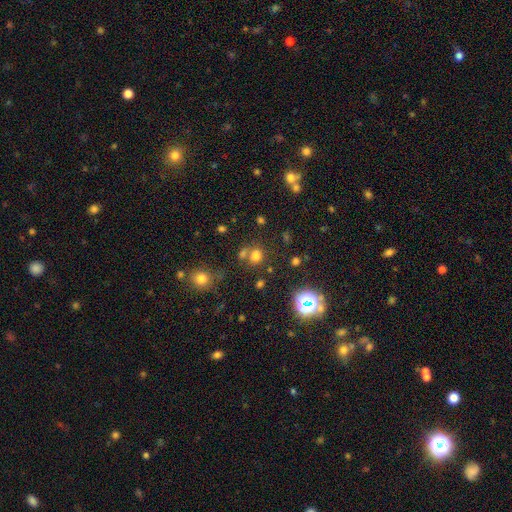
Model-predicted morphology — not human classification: A smooth galaxy with no disk features (67%) that is round (70%).

Vote fractions:
- Smooth or featured? smooth: 67% / star or artifact: 25% / featured or disk: 8%
- How rounded? round: 70% / in between: 29% / cigar-shaped: 1%
- Merging? none: 61% / merger: 24% / minor disturbance: 10% / major disturbance: 5%